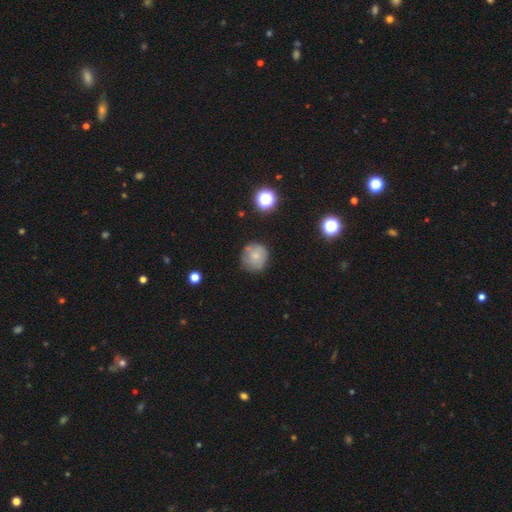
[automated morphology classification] type=smooth (69%); roundness=round (90%); merging=none (70%).